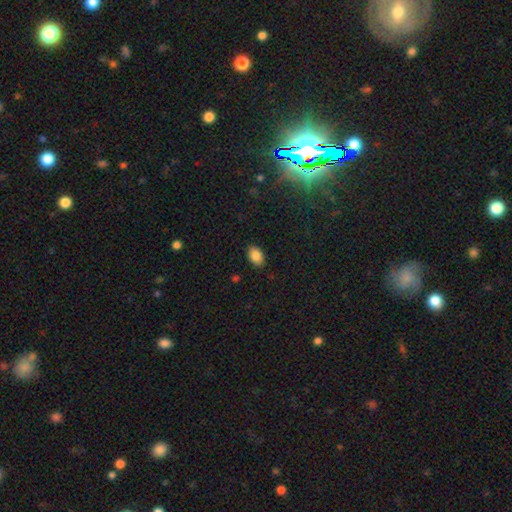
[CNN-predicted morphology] Smooth or featured? Predicted: smooth (p=0.86). How rounded? Predicted: in between (p=0.89). Merging? Predicted: none (p=0.87).